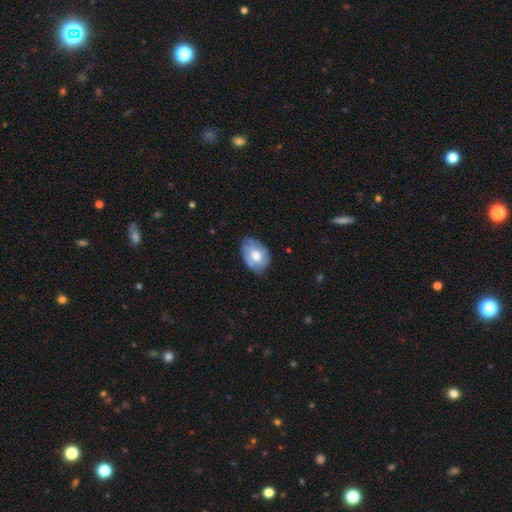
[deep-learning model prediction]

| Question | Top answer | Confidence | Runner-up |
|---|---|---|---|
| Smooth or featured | smooth | 49% | featured or disk (44%) |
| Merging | none | 65% | minor disturbance (27%) |